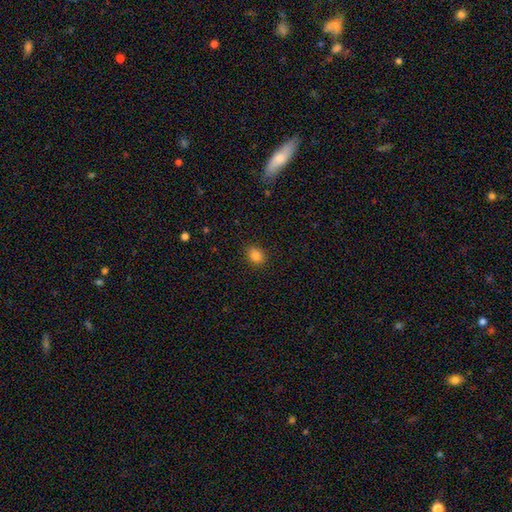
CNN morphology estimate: smooth 83%, star or artifact 11%, featured or disk 6%. Down the decision tree: how rounded — round (58%); merging — none (87%).